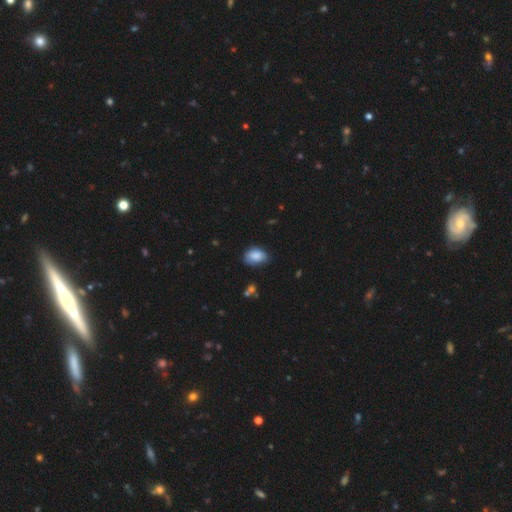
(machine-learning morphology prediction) A smooth galaxy with no disk features (84%) that is in between round and cigar-shaped (79%).

Vote fractions:
- Smooth or featured? smooth: 84% / star or artifact: 8% / featured or disk: 8%
- How rounded? in between: 79% / round: 20% / cigar-shaped: 1%
- Merging? none: 62% / minor disturbance: 30% / major disturbance: 6% / merger: 2%